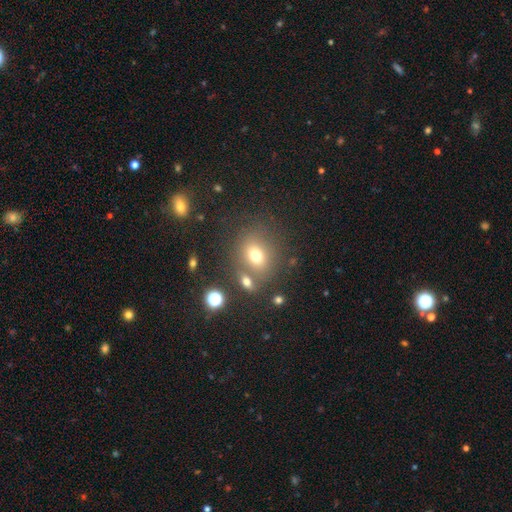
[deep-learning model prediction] Smooth or featured? smooth (71%)
How rounded? round (54%)
Merging? none (63%)